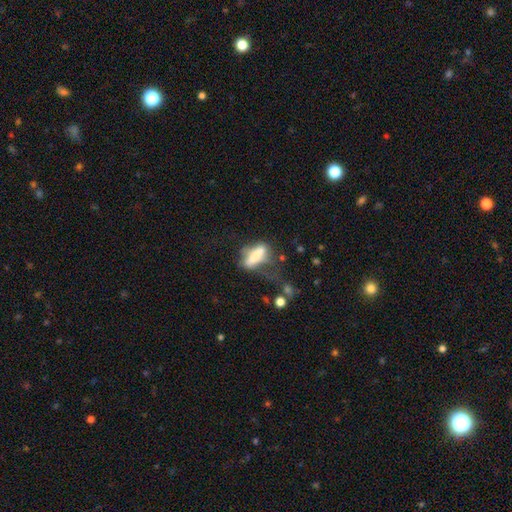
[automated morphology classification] A smooth galaxy with no disk features (62%) that is in between round and cigar-shaped (51%).

Vote fractions:
- Smooth or featured? smooth: 62% / featured or disk: 28% / star or artifact: 10%
- How rounded? in between: 51% / cigar-shaped: 45% / round: 4%
- Merging? major disturbance: 39% / none: 27% / minor disturbance: 24% / merger: 10%